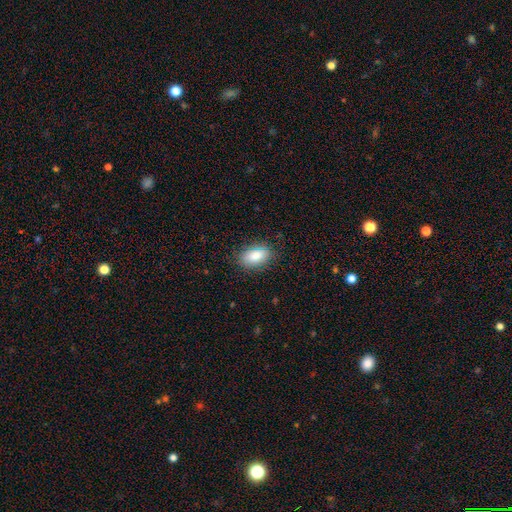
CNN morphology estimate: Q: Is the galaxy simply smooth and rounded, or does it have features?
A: smooth — 83%.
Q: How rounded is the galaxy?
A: in between — 88%.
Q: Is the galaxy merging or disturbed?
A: none — 84%.